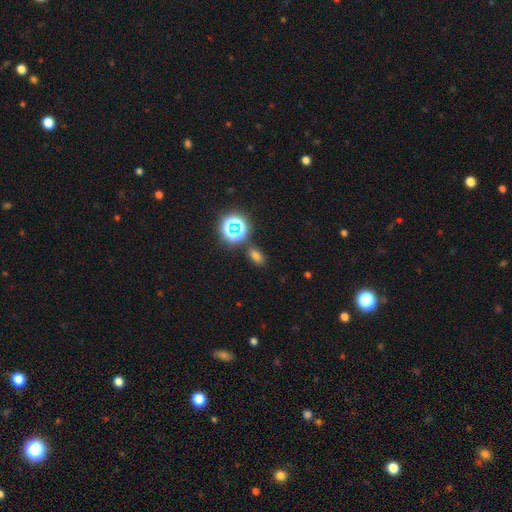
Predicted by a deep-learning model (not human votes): smooth 65%, star or artifact 27%, featured or disk 7%. Down the decision tree: how rounded — in between (79%); merging — none (81%).